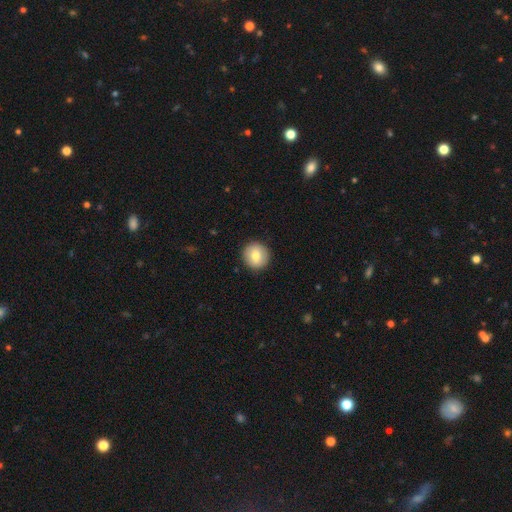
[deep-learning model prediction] Smooth or featured: smooth — 77% (featured or disk — 15%)
How rounded: round — 94% (in between — 5%)
Merging: none — 92% (minor disturbance — 6%)